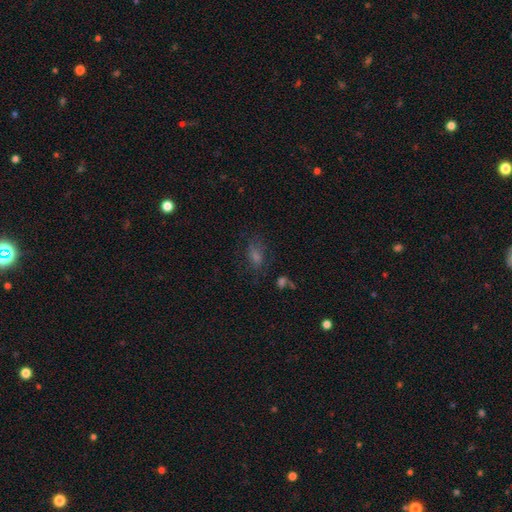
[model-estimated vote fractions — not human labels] Morphology: type=smooth (47%); merging=none (67%).